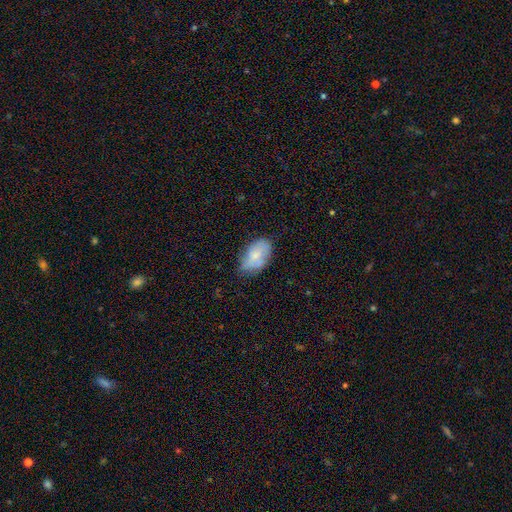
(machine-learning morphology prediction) A smooth galaxy with no disk features (70%) that is in between round and cigar-shaped (92%). Merging: none (54%).